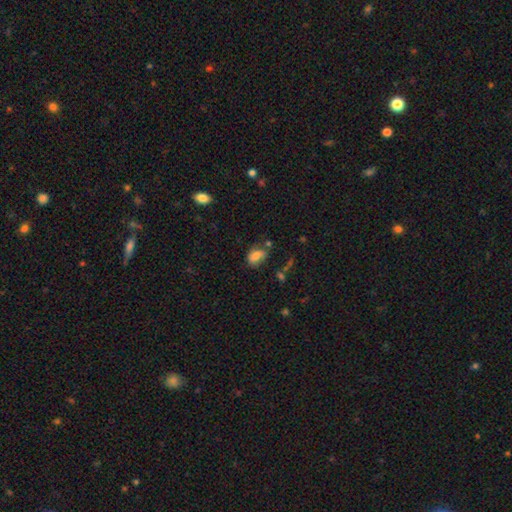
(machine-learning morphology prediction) Smooth or featured? smooth (73%)
How rounded? in between (81%)
Merging? none (54%)